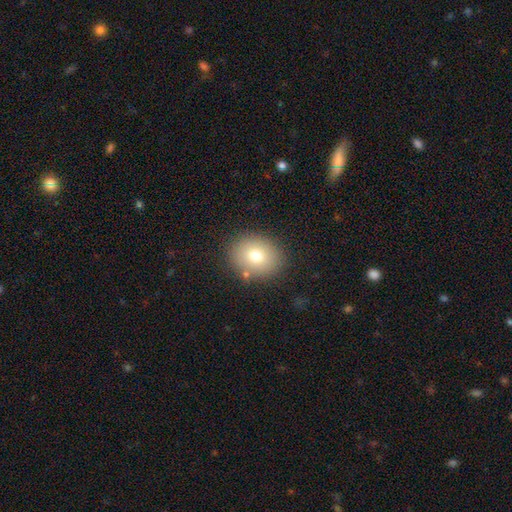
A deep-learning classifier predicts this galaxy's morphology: smooth-or-featured: smooth: 74% | featured or disk: 14% | star or artifact: 12%
  how-rounded: round: 58% | in between: 41% | cigar-shaped: 1%
  merging: none: 83% | minor disturbance: 10% | merger: 3% | major disturbance: 3%